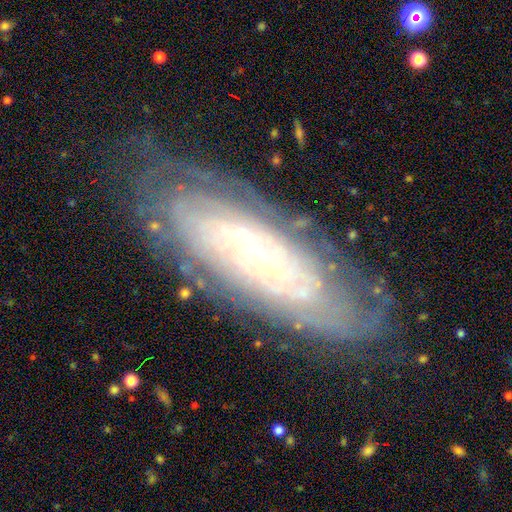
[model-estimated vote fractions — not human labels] A featured or disk galaxy (81%) with no bar (65%), tight (83%) spiral arms (92%) and a small central bulge (83%).

Vote fractions:
- Smooth or featured? featured or disk: 81% / smooth: 12% / star or artifact: 8%
- Edge-on disk? no: 83% / yes: 17%
- Bar? no: 65% / weak: 24% / strong: 11%
- Spiral arms? yes: 92% / no: 8%
- Spiral winding? tight: 83% / medium: 14% / loose: 3%
- Spiral arm count? can't tell: 56% / more than 4: 12% / 2: 10% / 4: 10% / 3: 7% / 1: 4%
- Bulge size? small: 83% / moderate: 12% / none: 2% / large: 2% / dominant: 1%
- Merging? none: 78% / minor disturbance: 15% / major disturbance: 5% / merger: 1%